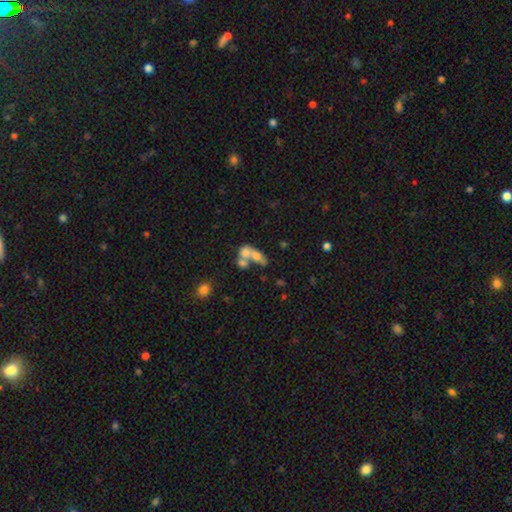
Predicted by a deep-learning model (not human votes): Smooth or featured: smooth — 57% (featured or disk — 31%)
How rounded: in between — 67% (round — 25%)
Merging: merger — 65% (none — 19%)